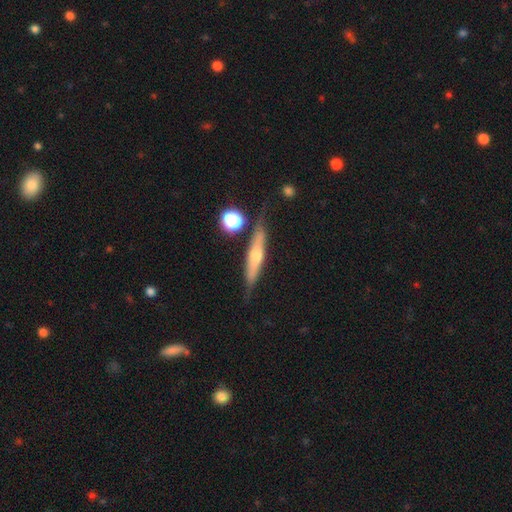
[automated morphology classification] type=featured or disk (55%); edge-on=yes (92%); edge-on bulge=rounded (80%); merging=none (76%).